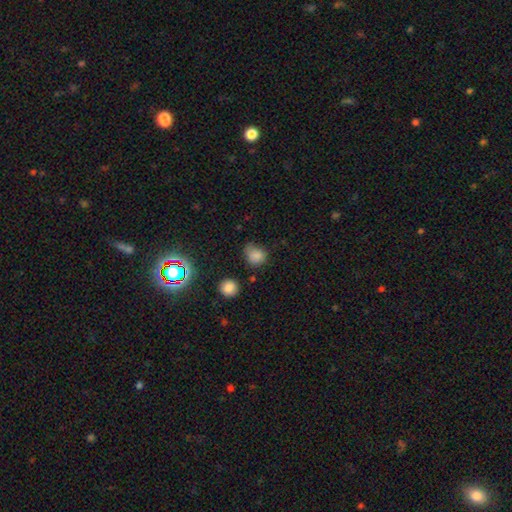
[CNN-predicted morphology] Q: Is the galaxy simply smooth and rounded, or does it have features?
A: smooth — 79%.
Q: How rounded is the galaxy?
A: round — 64%.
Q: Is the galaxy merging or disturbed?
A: none — 49%.